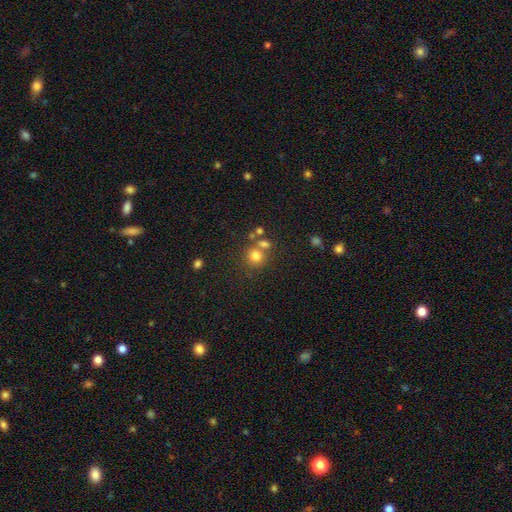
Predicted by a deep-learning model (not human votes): Smooth or featured? smooth (75%)
How rounded? round (86%)
Merging? none (60%)